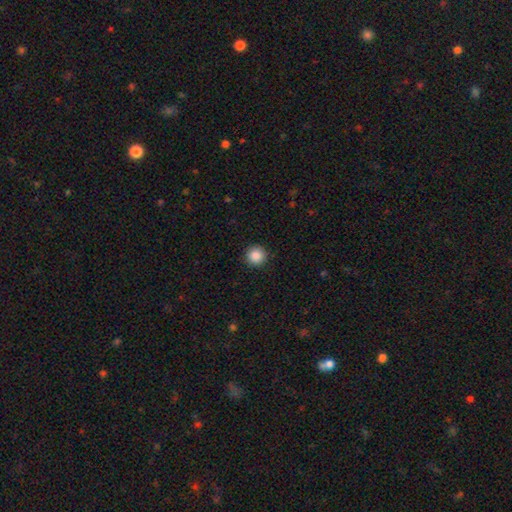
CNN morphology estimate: Smooth or featured? Predicted: smooth (p=0.88). How rounded? Predicted: round (p=0.96). Merging? Predicted: none (p=0.92).